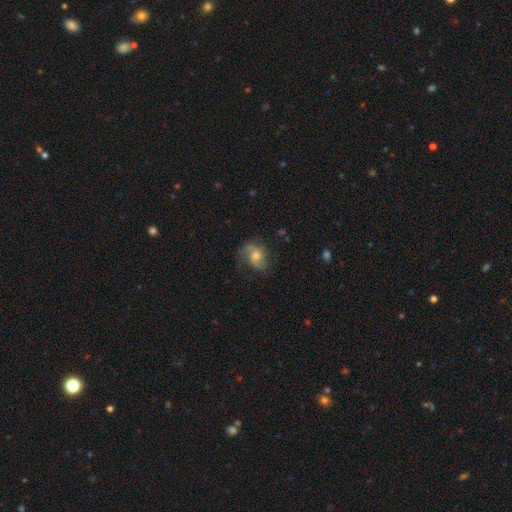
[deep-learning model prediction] smooth-or-featured: featured or disk: 72% | smooth: 19% | star or artifact: 9%
  disk-edge-on: no: 97% | yes: 3%
    bar: no: 65% | weak: 29% | strong: 6%
    has-spiral-arms: yes: 93% | no: 7%
      spiral-winding: medium: 44% | loose: 41% | tight: 15%
      spiral-arm-count: 2: 70% | 1: 11% | can't tell: 8% | 3: 7% | 4: 2% | more than 4: 2%
    bulge-size: moderate: 60% | small: 29% | large: 7% | none: 3% | dominant: 1%
  merging: none: 62% | minor disturbance: 22% | major disturbance: 14% | merger: 2%